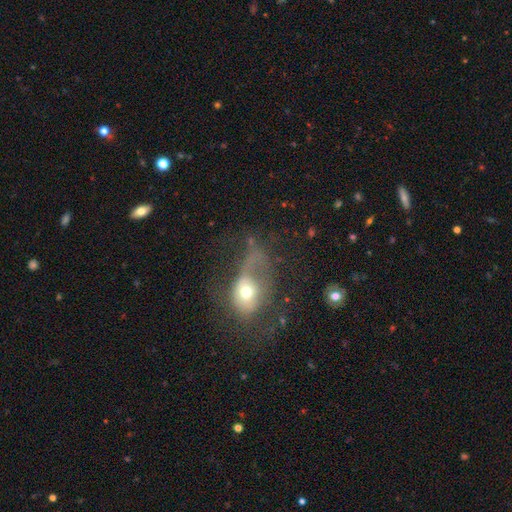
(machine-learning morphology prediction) Smooth or featured? smooth (48%)
Merging? major disturbance (53%)